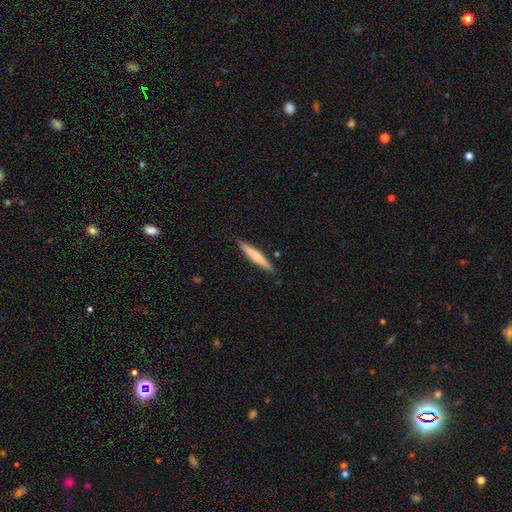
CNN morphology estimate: Q: Smooth or featured?
A: smooth (64%); runner-up: featured or disk (31%)
Q: How rounded?
A: cigar-shaped (94%); runner-up: in between (5%)
Q: Merging?
A: none (88%); runner-up: minor disturbance (9%)